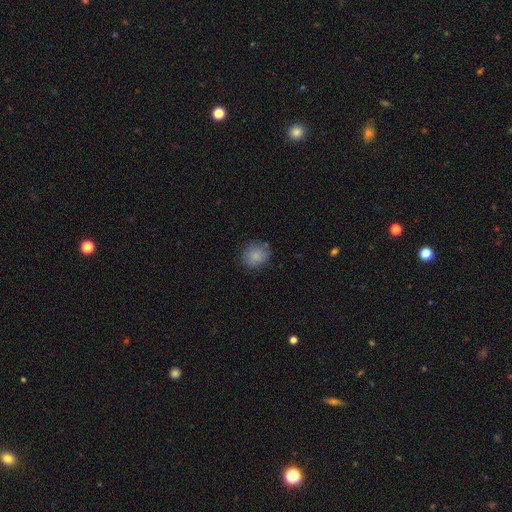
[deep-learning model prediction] smooth-or-featured: smooth: 84% | star or artifact: 9% | featured or disk: 8%
  how-rounded: round: 75% | in between: 24% | cigar-shaped: 1%
  merging: none: 78% | minor disturbance: 16% | major disturbance: 4% | merger: 2%